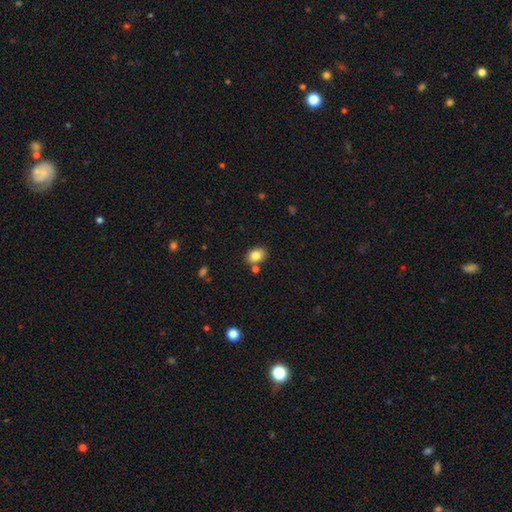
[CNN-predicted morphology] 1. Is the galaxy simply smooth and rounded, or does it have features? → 83% smooth, 9% star or artifact, 8% featured or disk.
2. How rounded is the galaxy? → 70% in between, 29% round, 1% cigar-shaped.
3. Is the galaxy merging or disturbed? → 77% none, 12% minor disturbance, 9% merger, 3% major disturbance.